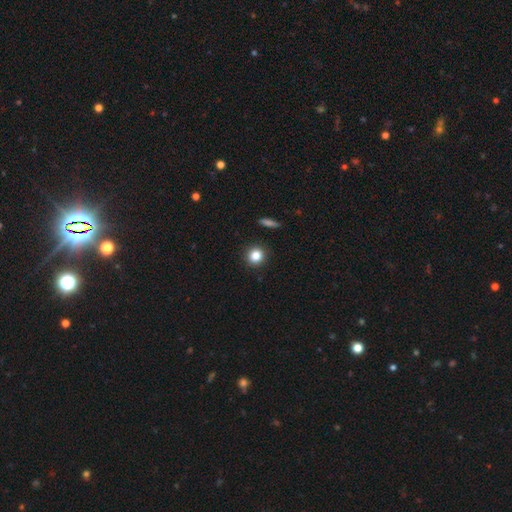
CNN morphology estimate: smooth_or_featured: smooth (p=0.84) [alt: star or artifact p=0.11]
how_rounded: round (p=0.91) [alt: in between p=0.08]
merging: none (p=0.91) [alt: minor disturbance p=0.06]